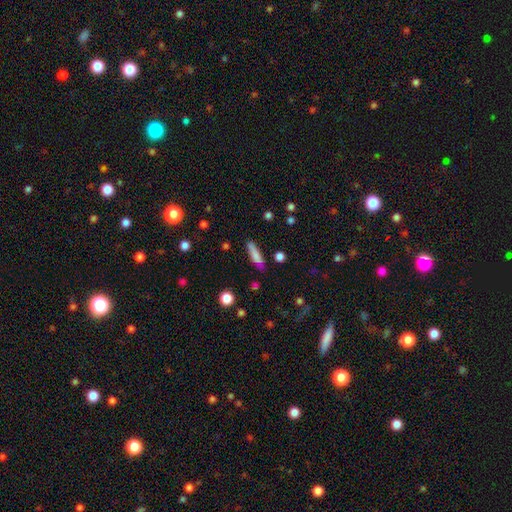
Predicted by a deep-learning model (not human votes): Smooth or featured?
  - smooth: 76% *
  - featured or disk: 16%
  - star or artifact: 8%
How rounded?
  - cigar-shaped: 71% *
  - in between: 26%
  - round: 3%
Merging?
  - none: 70% *
  - minor disturbance: 20%
  - major disturbance: 5%
  - merger: 4%